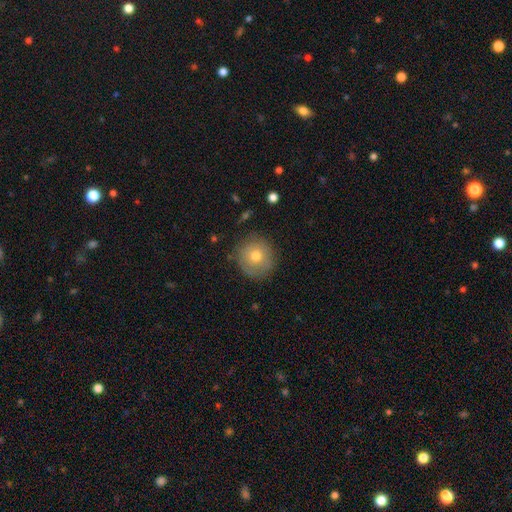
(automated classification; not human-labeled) smooth 72%, featured or disk 18%, star or artifact 9%. Down the decision tree: how rounded — round (93%); merging — none (82%).